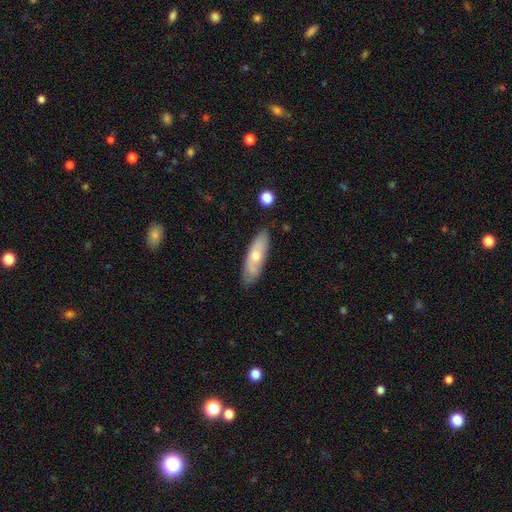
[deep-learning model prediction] Q: Smooth or featured?
A: smooth (54%); runner-up: featured or disk (40%)
Q: How rounded?
A: in between (58%); runner-up: cigar-shaped (40%)
Q: Merging?
A: none (79%); runner-up: minor disturbance (16%)